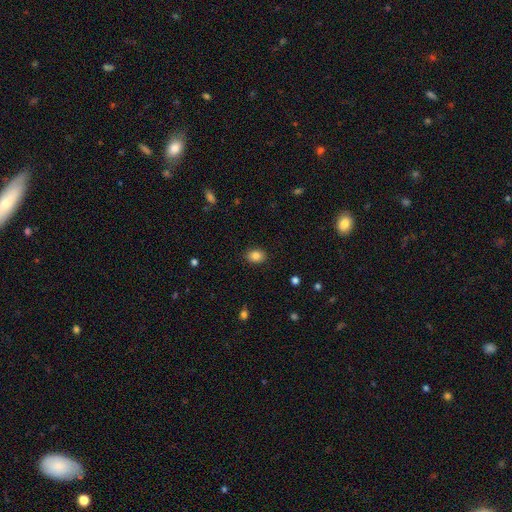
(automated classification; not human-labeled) A smooth galaxy with no disk features (84%) that is in between round and cigar-shaped (61%). Merging: none (88%).